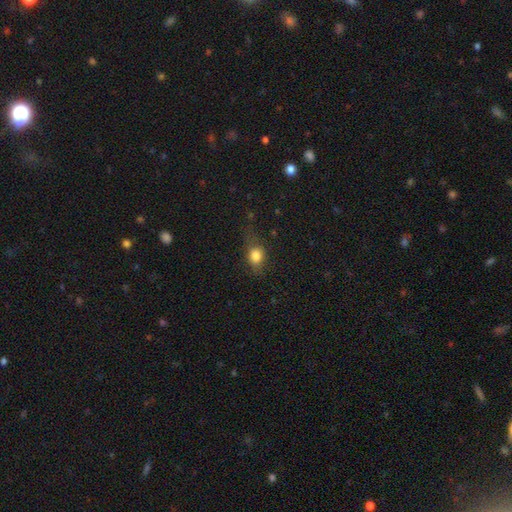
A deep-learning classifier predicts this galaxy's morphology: This is likely a smooth galaxy (79%). How rounded: possibly in between (53%). Merging: possibly none (58%).